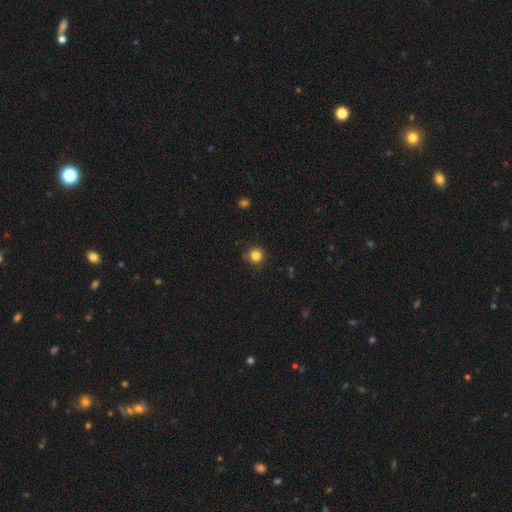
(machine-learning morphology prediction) Smooth or featured: smooth — 83% (star or artifact — 12%)
How rounded: round — 93% (in between — 6%)
Merging: none — 82% (minor disturbance — 13%)